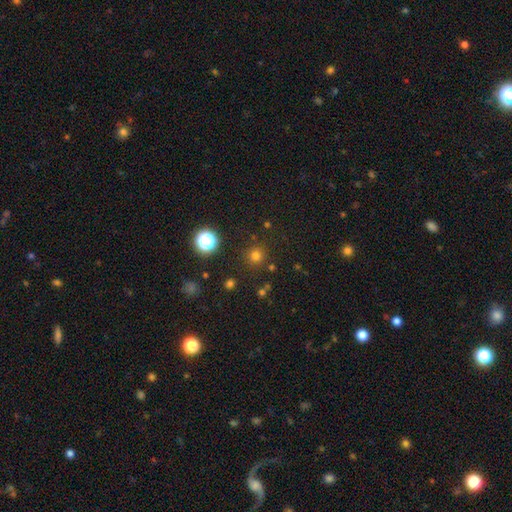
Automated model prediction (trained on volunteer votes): smooth-or-featured: smooth: 72% | star or artifact: 23% | featured or disk: 6%
  how-rounded: round: 95% | in between: 4% | cigar-shaped: 1%
  merging: none: 87% | minor disturbance: 7% | major disturbance: 3% | merger: 3%